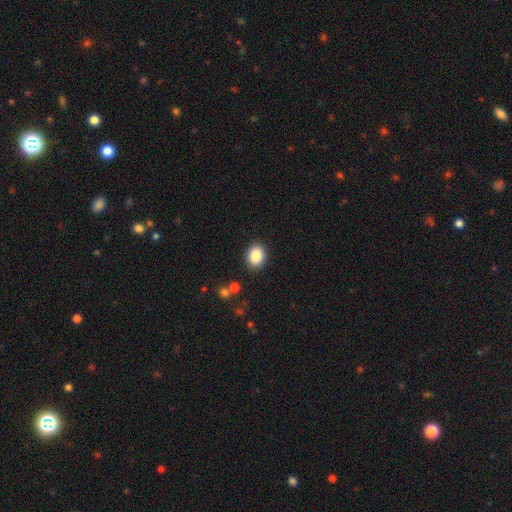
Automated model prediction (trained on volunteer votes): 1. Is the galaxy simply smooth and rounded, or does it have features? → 87% smooth, 8% star or artifact, 5% featured or disk.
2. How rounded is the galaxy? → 57% in between, 42% round, 1% cigar-shaped.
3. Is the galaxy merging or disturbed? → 89% none, 7% minor disturbance, 2% major disturbance, 2% merger.